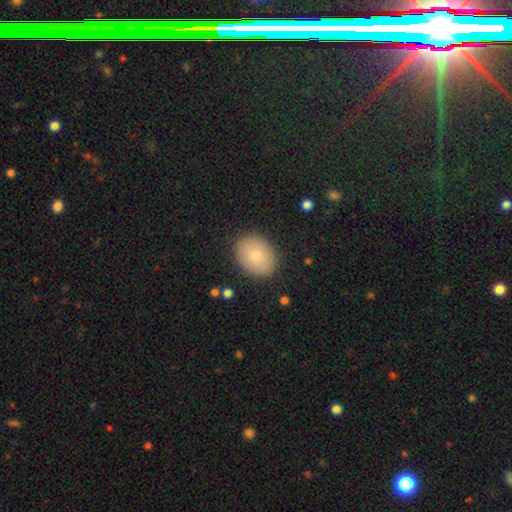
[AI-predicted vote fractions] Overall: smooth (82%). How rounded: in between (66%; round 33%). Merging: none (88%).